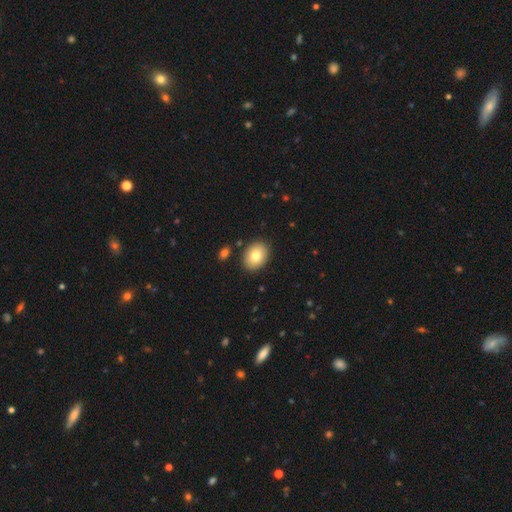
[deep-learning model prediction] A smooth galaxy with no disk features (80%) that is in between round and cigar-shaped (71%).

Vote fractions:
- Smooth or featured? smooth: 80% / featured or disk: 13% / star or artifact: 8%
- How rounded? in between: 71% / round: 28% / cigar-shaped: 1%
- Merging? none: 87% / minor disturbance: 8% / merger: 3% / major disturbance: 2%